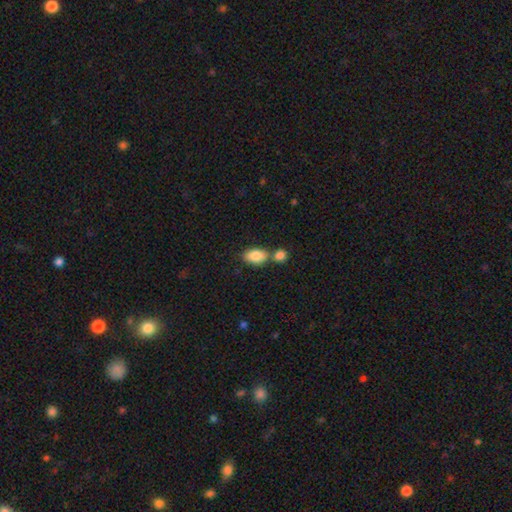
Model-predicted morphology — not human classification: smooth 85%, featured or disk 8%, star or artifact 7%. Down the decision tree: how rounded — in between (90%); merging — none (54%).